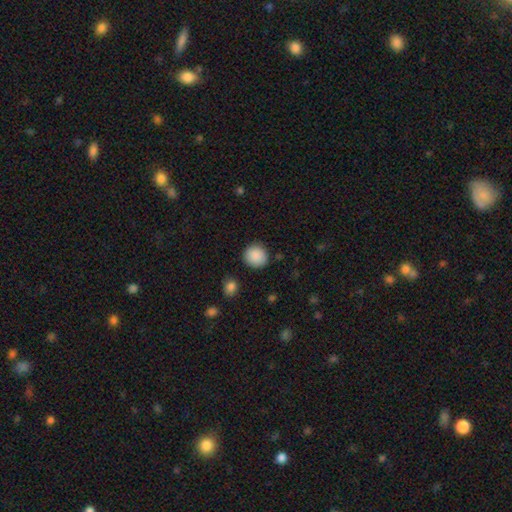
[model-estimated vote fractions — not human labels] The model was most divided on "merging": none: 87%, minor disturbance: 8%, major disturbance: 3%, merger: 2%. More confident: how rounded — round (89%); smooth or featured — smooth (89%).